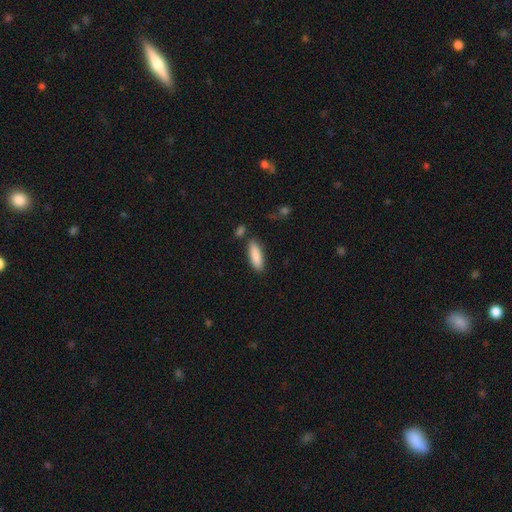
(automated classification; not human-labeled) A smooth galaxy with no disk features (87%) that is cigar-shaped (50%).

Vote fractions:
- Smooth or featured? smooth: 87% / featured or disk: 7% / star or artifact: 6%
- How rounded? cigar-shaped: 50% / in between: 48% / round: 2%
- Merging? none: 81% / minor disturbance: 11% / merger: 5% / major disturbance: 3%